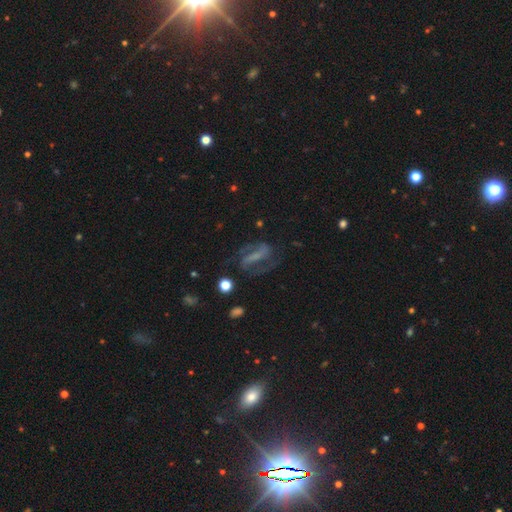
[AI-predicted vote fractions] Smooth or featured?
  - featured or disk: 77% *
  - smooth: 13%
  - star or artifact: 10%
Edge-on disk?
  - no: 94% *
  - yes: 6%
Bar?
  - strong: 61% *
  - weak: 27%
  - no: 12%
Spiral arms?
  - yes: 92% *
  - no: 8%
Spiral winding?
  - medium: 52% *
  - loose: 27%
  - tight: 20%
Spiral arm count?
  - 2: 88% *
  - can't tell: 5%
  - 1: 3%
  - 3: 1%
  - 4: 1%
  - more than 4: 1%
Bulge size?
  - none: 43% *
  - small: 34%
  - moderate: 16%
  - large: 5%
  - dominant: 2%
Merging?
  - none: 67% *
  - minor disturbance: 16%
  - major disturbance: 15%
  - merger: 3%